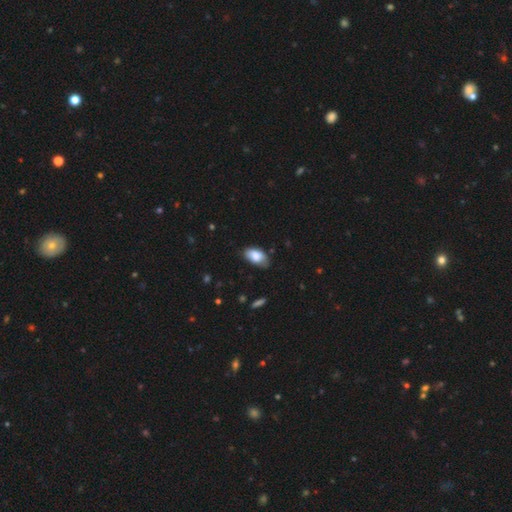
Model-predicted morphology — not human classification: This is clearly a smooth galaxy (83%). How rounded: clearly in between (94%). Merging: likely none (68%).